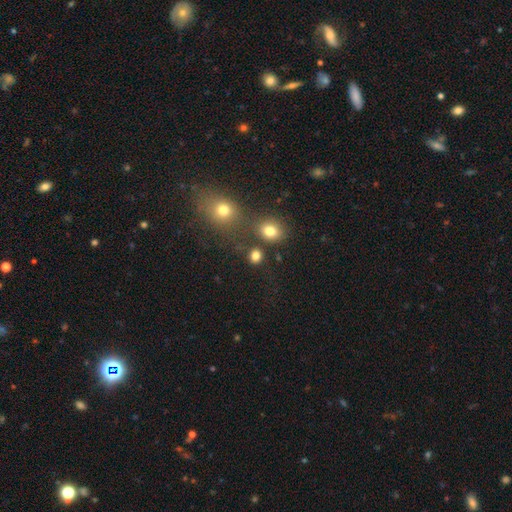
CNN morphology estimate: smooth 80%, star or artifact 14%, featured or disk 5%. Down the decision tree: how rounded — round (78%); merging — none (77%).